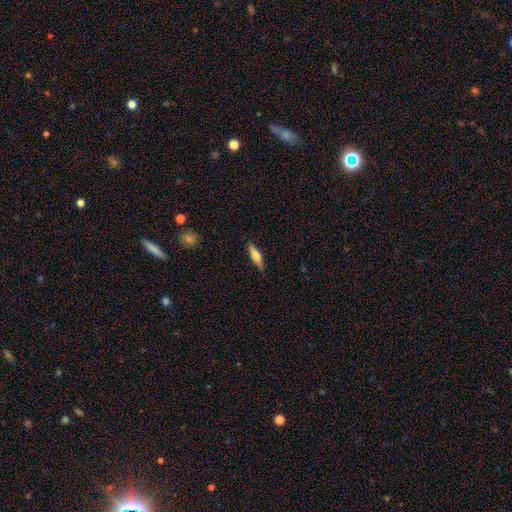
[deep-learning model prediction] Overall: smooth (60%; featured or disk 34%). How rounded: cigar-shaped (60%; in between 38%). Merging: none (84%).